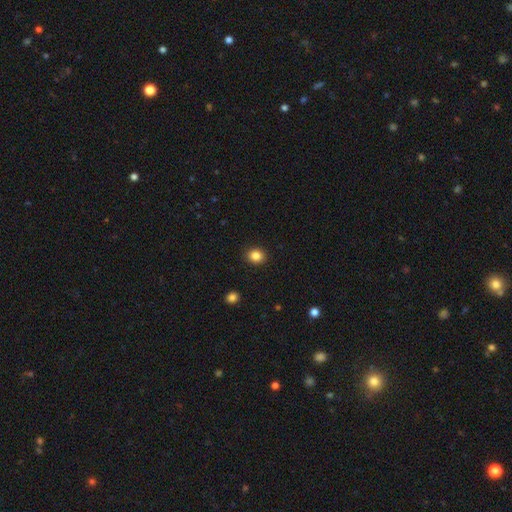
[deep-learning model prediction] Smooth or featured? smooth (85%)
How rounded? round (71%)
Merging? none (92%)